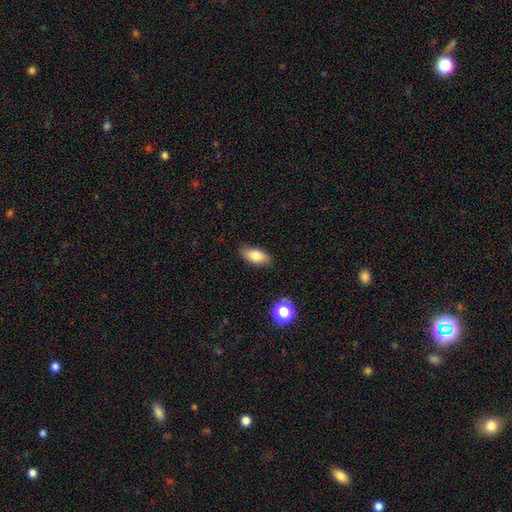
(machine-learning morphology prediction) type=smooth (76%); roundness=in between (86%); merging=none (83%).